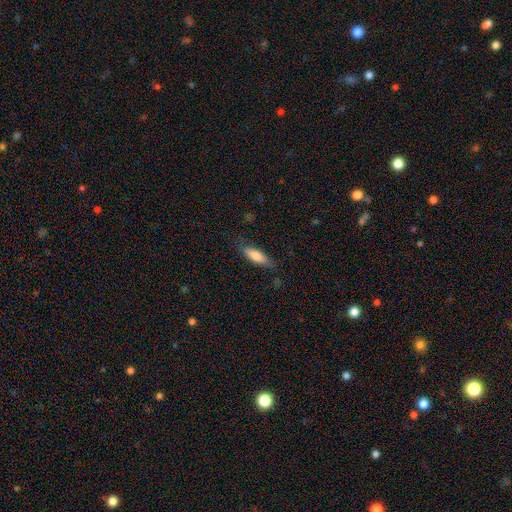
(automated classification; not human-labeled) A smooth galaxy with no disk features (77%) that is in between round and cigar-shaped (50%). Merging: none (76%).